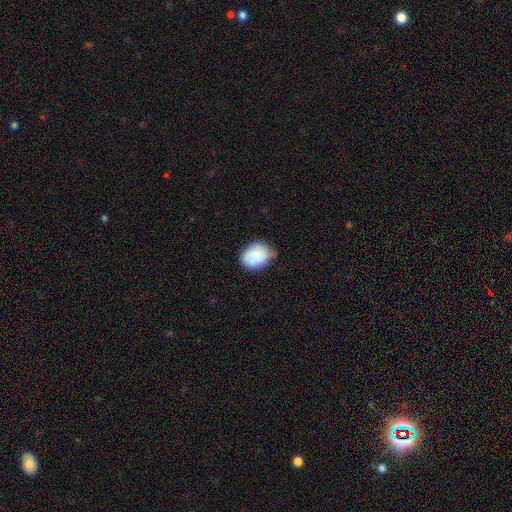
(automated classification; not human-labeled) smooth 81%, featured or disk 12%, star or artifact 7%. Down the decision tree: how rounded — in between (60%); merging — none (59%).